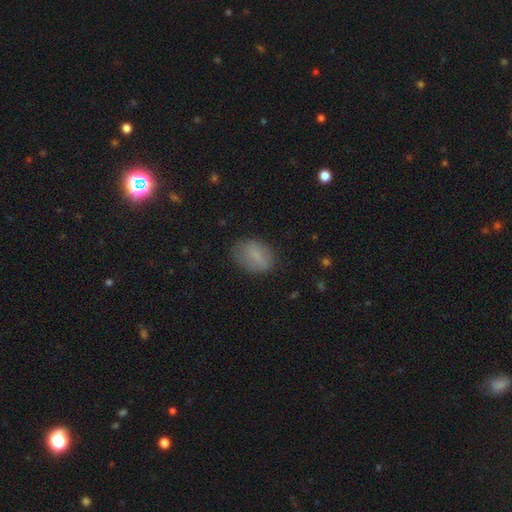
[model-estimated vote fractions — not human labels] Smooth or featured?
  - smooth: 75% *
  - featured or disk: 17%
  - star or artifact: 8%
How rounded?
  - in between: 77% *
  - round: 21%
  - cigar-shaped: 2%
Merging?
  - none: 73% *
  - minor disturbance: 19%
  - major disturbance: 6%
  - merger: 1%